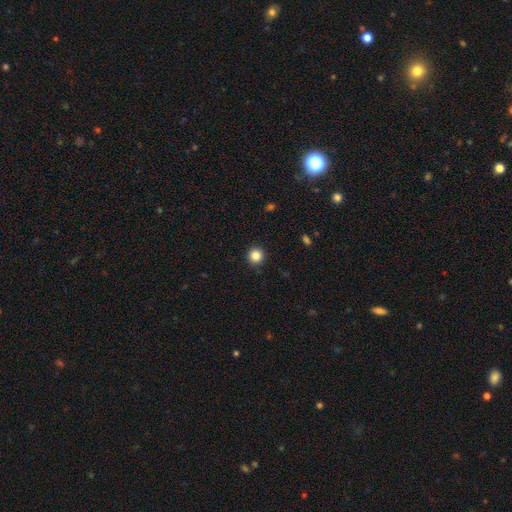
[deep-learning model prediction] Overall: smooth (86%). How rounded: round (95%). Merging: none (92%).